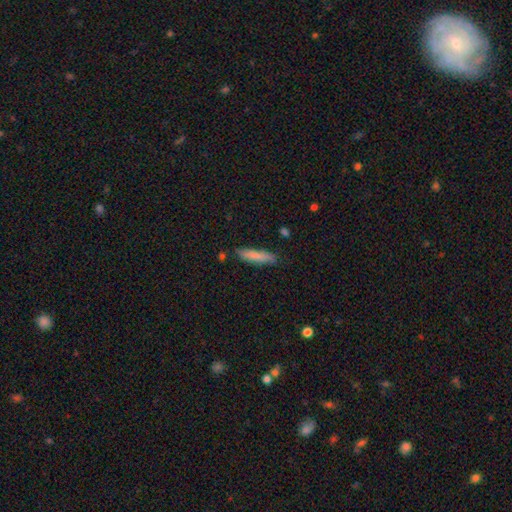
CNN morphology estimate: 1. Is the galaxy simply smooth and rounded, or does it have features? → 82% smooth, 12% featured or disk, 6% star or artifact.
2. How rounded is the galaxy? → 82% cigar-shaped, 16% in between, 1% round.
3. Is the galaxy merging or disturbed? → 83% none, 12% minor disturbance, 2% merger, 2% major disturbance.